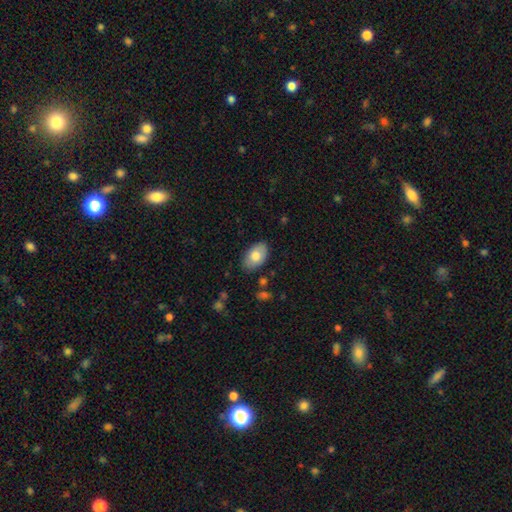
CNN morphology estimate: The model was most divided on "smooth or featured": smooth: 78%, featured or disk: 15%, star or artifact: 6%. More confident: how rounded — in between (93%); merging — none (84%).